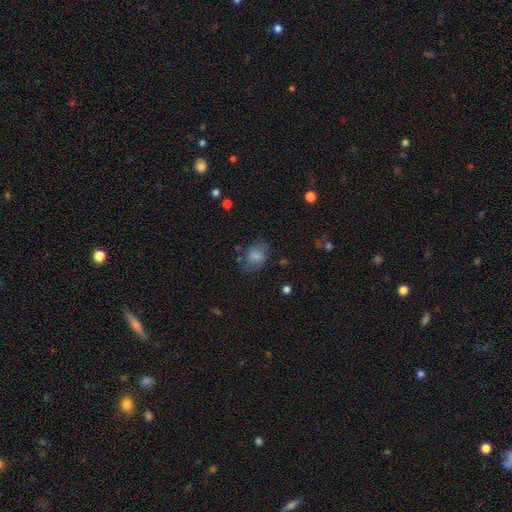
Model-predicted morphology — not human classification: Smooth or featured? Predicted: smooth (p=0.75). How rounded? Predicted: in between (p=0.65). Merging? Predicted: none (p=0.59).